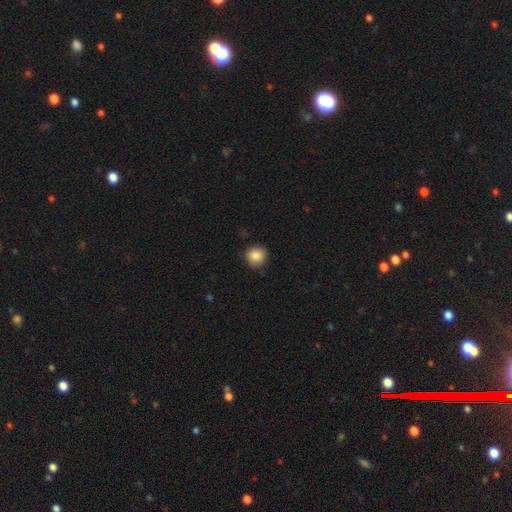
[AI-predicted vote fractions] This is clearly a smooth galaxy (86%). How rounded: clearly round (90%). Merging: clearly none (83%).